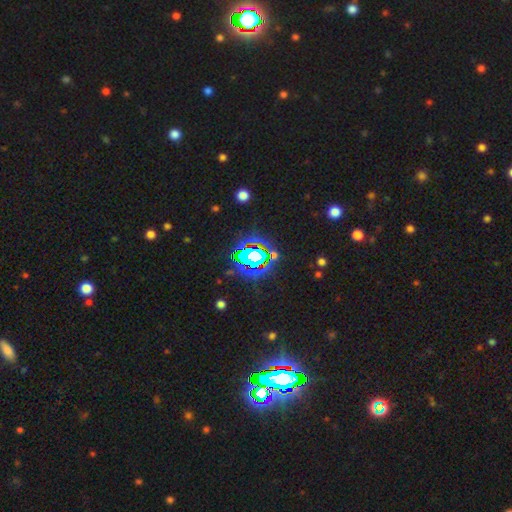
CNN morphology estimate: The model was most divided on "smooth or featured": star or artifact: 70%, smooth: 17%, featured or disk: 14%.